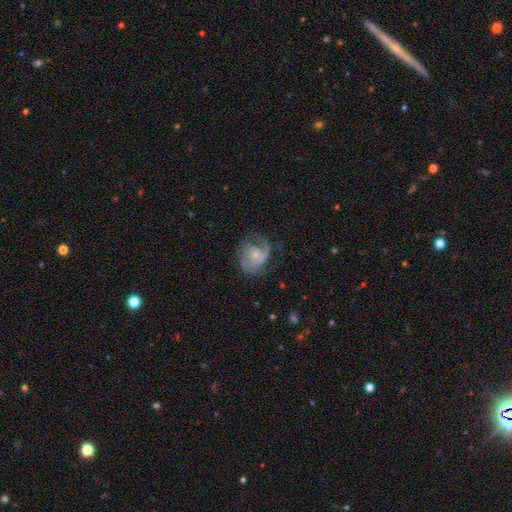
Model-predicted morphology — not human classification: smooth_or_featured: featured or disk (p=0.70) [alt: smooth p=0.23]
disk_edge_on: no (p=0.98) [alt: yes p=0.02]
bar: no (p=0.69) [alt: weak p=0.27]
has_spiral_arms: yes (p=0.88) [alt: no p=0.12]
spiral_winding: medium (p=0.42) [alt: tight p=0.35]
spiral_arm_count: 2 (p=0.38) [alt: 1 p=0.30]
bulge_size: small (p=0.65) [alt: moderate p=0.23]
merging: none (p=0.48) [alt: major disturbance p=0.27]